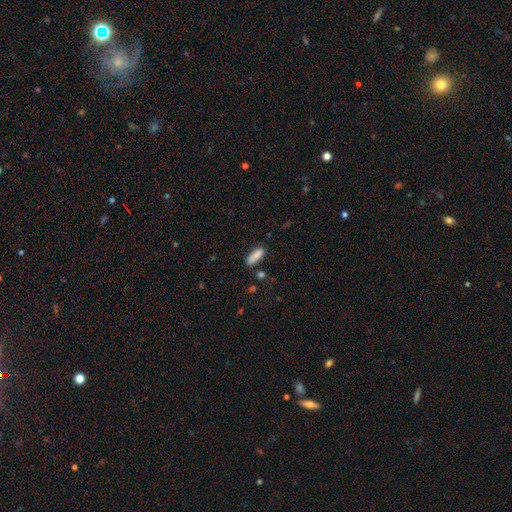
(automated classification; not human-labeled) The model was most divided on "how rounded": cigar-shaped: 50%, in between: 48%, round: 2%. More confident: smooth or featured — smooth (83%); merging — none (65%).